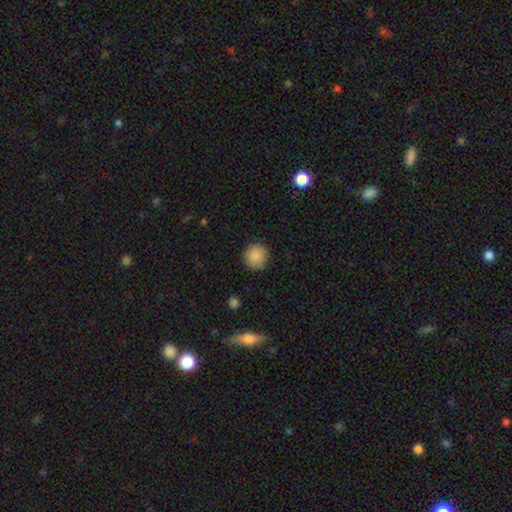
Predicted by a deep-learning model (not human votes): A smooth galaxy with no disk features (88%) that is round (93%). Merging: none (89%).